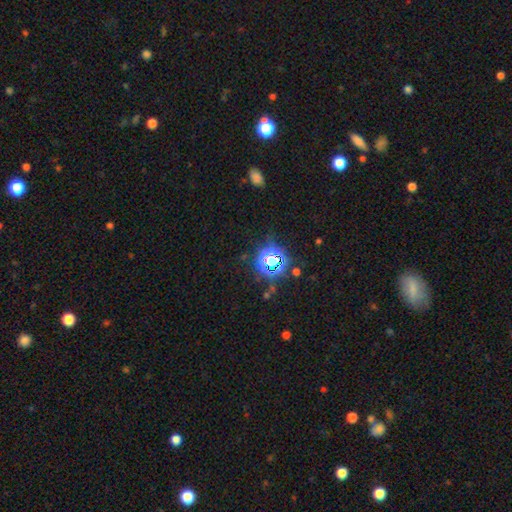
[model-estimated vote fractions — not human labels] This is likely a star or artifact rather than a galaxy (71%).